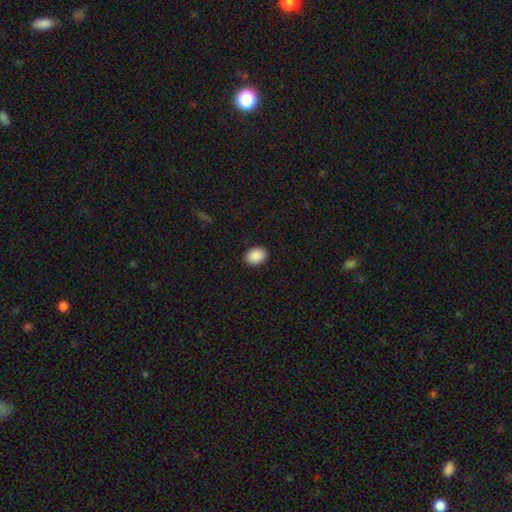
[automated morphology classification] Smooth or featured: smooth — 90% (star or artifact — 7%)
How rounded: in between — 68% (round — 31%)
Merging: none — 90% (minor disturbance — 7%)